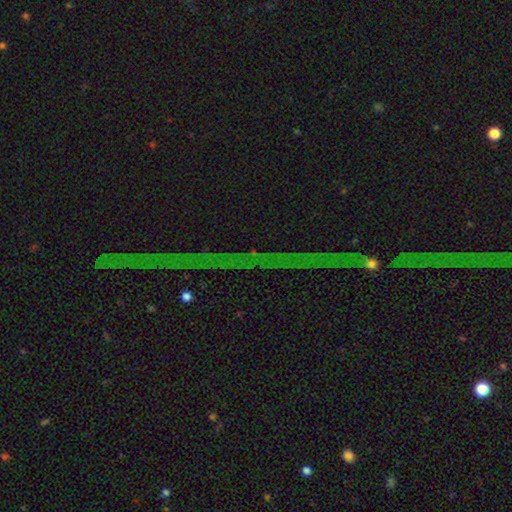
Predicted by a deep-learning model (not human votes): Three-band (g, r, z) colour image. It shows a star or artifact, not a galaxy (83%).